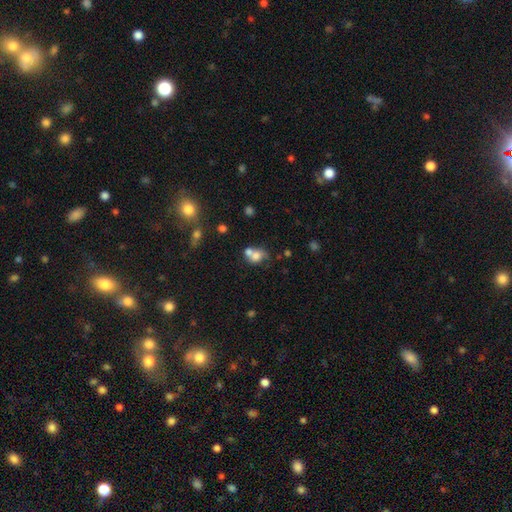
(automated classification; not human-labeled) A smooth galaxy with no disk features (69%) that is round (54%). Merging: merger (54%).